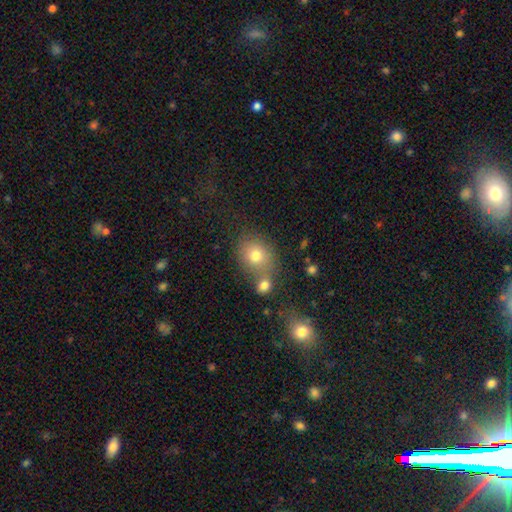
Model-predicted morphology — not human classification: Smooth or featured? smooth (76%)
How rounded? round (65%)
Merging? none (53%)